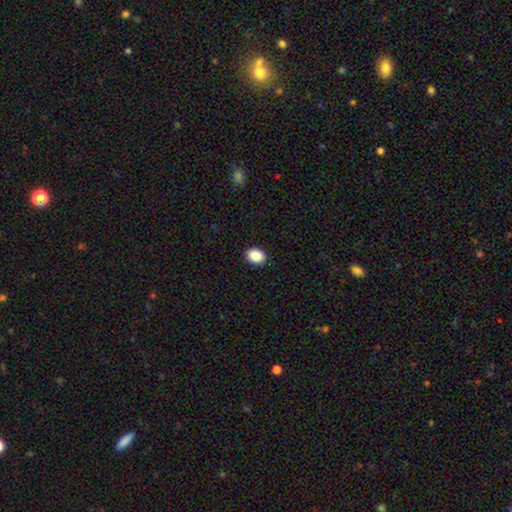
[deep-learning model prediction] smooth-or-featured: smooth: 88% | star or artifact: 8% | featured or disk: 4%
  how-rounded: in between: 64% | round: 35% | cigar-shaped: 1%
  merging: none: 91% | minor disturbance: 6% | major disturbance: 2% | merger: 1%